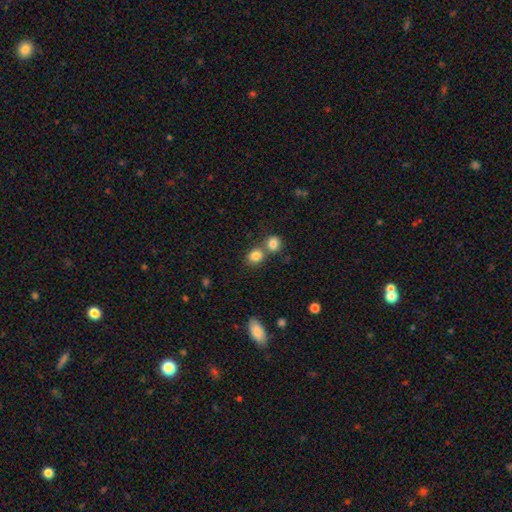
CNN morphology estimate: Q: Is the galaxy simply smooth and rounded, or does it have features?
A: smooth — 82%.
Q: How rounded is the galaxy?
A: round — 74%.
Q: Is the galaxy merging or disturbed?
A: none — 52%.